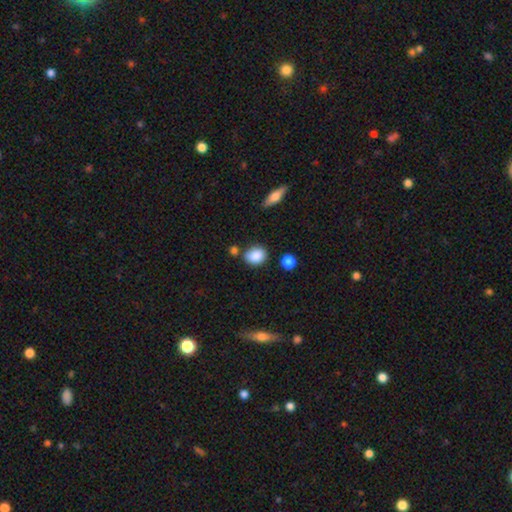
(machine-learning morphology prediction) Smooth or featured? smooth (86%)
How rounded? round (50%)
Merging? none (70%)